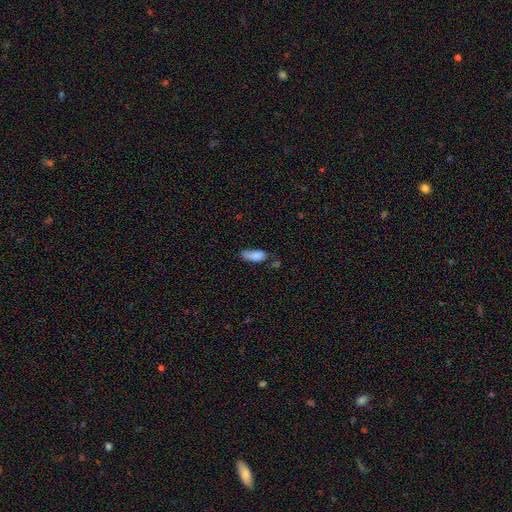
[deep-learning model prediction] This is clearly a smooth galaxy (82%). How rounded: likely in between (80%). Merging: possibly none (48%).